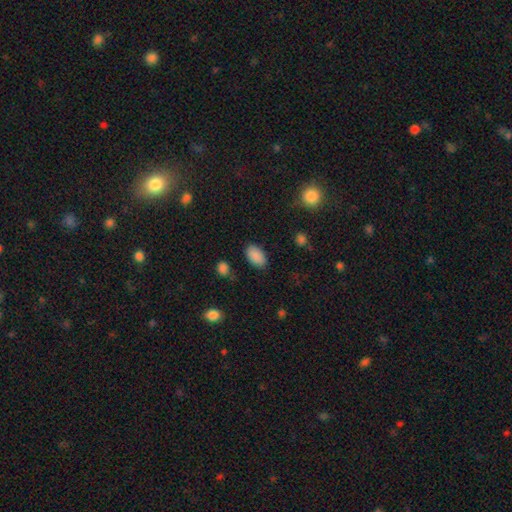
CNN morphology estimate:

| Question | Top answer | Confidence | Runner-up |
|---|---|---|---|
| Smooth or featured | smooth | 89% | star or artifact (8%) |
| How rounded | in between | 93% | round (6%) |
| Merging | none | 86% | minor disturbance (10%) |